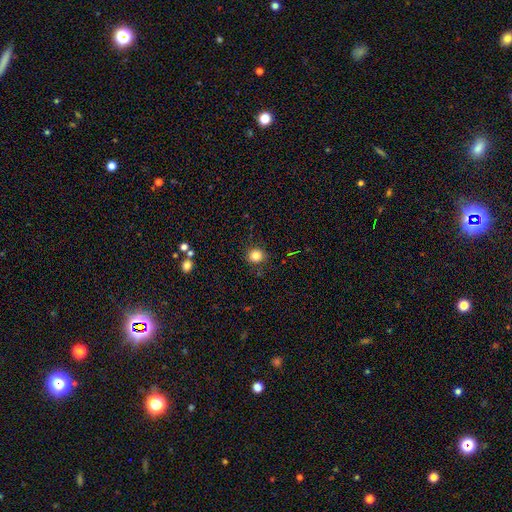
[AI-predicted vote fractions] Smooth or featured?
  - smooth: 83% *
  - star or artifact: 12%
  - featured or disk: 5%
How rounded?
  - round: 88% *
  - in between: 11%
  - cigar-shaped: 1%
Merging?
  - none: 87% *
  - minor disturbance: 9%
  - major disturbance: 3%
  - merger: 2%